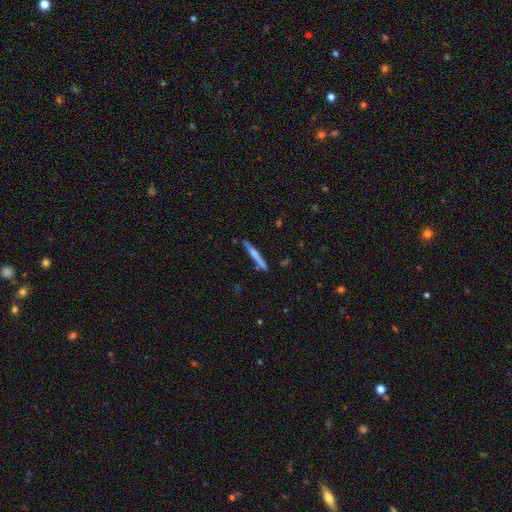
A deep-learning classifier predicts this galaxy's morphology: This is possibly a smooth galaxy (57%). How rounded: clearly cigar-shaped (96%). Merging: clearly none (84%).